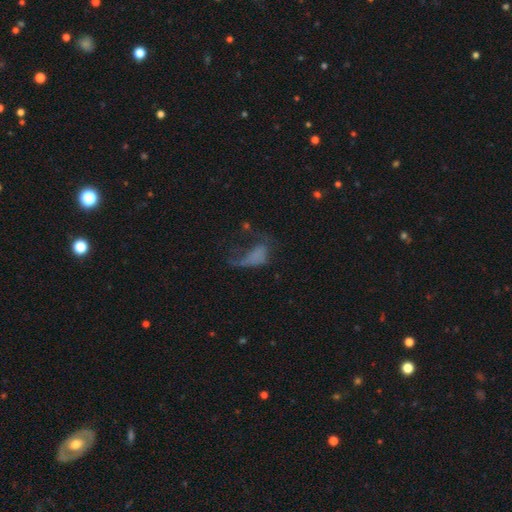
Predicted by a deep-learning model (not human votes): Smooth or featured?
  - smooth: 46% *
  - featured or disk: 35%
  - star or artifact: 19%
Merging?
  - major disturbance: 58% *
  - none: 21%
  - minor disturbance: 15%
  - merger: 6%